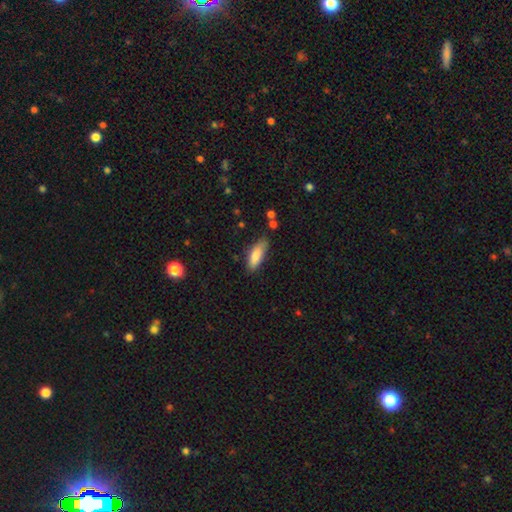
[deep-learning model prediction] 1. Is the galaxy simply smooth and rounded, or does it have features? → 84% smooth, 10% featured or disk, 6% star or artifact.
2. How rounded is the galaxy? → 68% in between, 30% cigar-shaped, 2% round.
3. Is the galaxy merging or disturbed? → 73% none, 20% minor disturbance, 4% major disturbance, 3% merger.